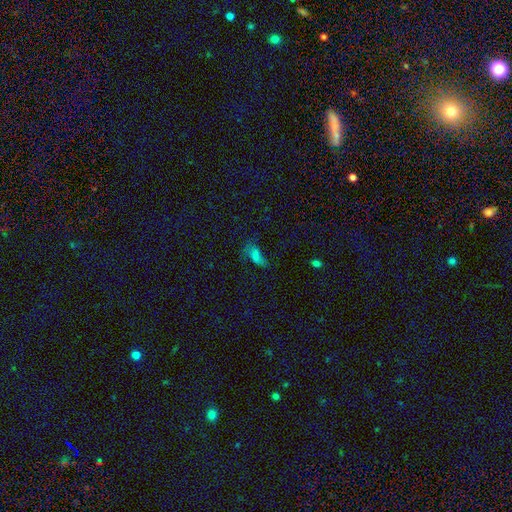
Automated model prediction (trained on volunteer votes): Smooth or featured?
  - smooth: 58% *
  - star or artifact: 22%
  - featured or disk: 20%
How rounded?
  - in between: 83% *
  - cigar-shaped: 12%
  - round: 6%
Merging?
  - none: 36% *
  - major disturbance: 32%
  - minor disturbance: 25%
  - merger: 6%